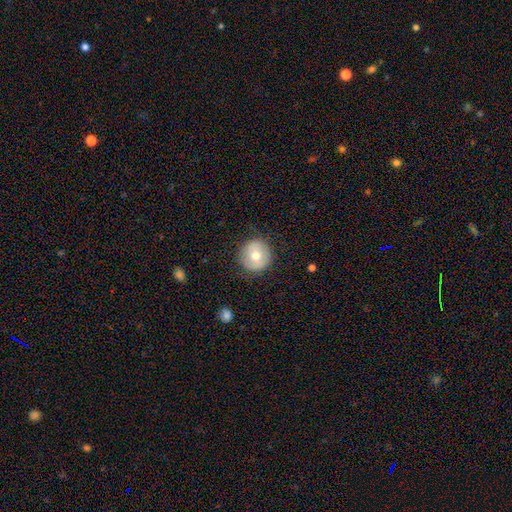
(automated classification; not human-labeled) A smooth galaxy with no disk features (65%) that is round (93%). Merging: none (82%).